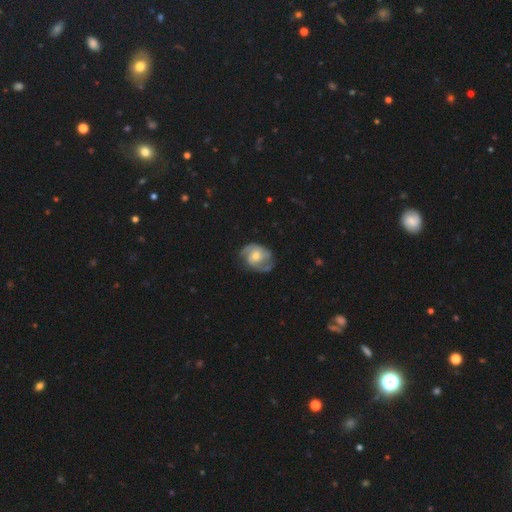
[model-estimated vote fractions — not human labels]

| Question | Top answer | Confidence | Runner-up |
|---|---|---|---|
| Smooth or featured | featured or disk | 80% | smooth (15%) |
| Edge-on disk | no | 98% | yes (2%) |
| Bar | no | 66% | weak (29%) |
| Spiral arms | yes | 93% | no (7%) |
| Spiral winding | medium | 44% | tight (40%) |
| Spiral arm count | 2 | 75% | can't tell (10%) |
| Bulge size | moderate | 58% | small (33%) |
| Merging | none | 67% | minor disturbance (21%) |